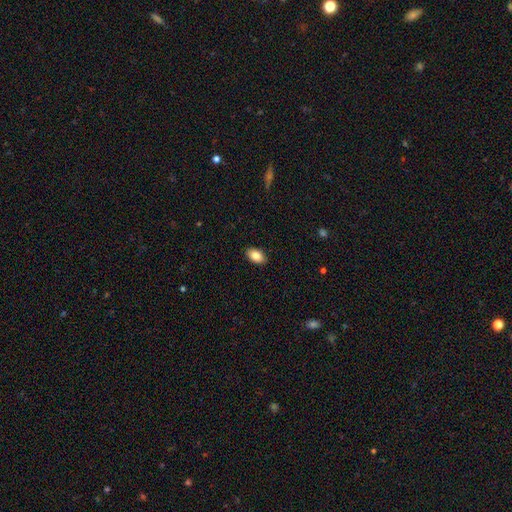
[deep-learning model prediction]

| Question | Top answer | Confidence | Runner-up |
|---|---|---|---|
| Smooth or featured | smooth | 85% | featured or disk (8%) |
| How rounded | in between | 90% | round (8%) |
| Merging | none | 90% | minor disturbance (8%) |